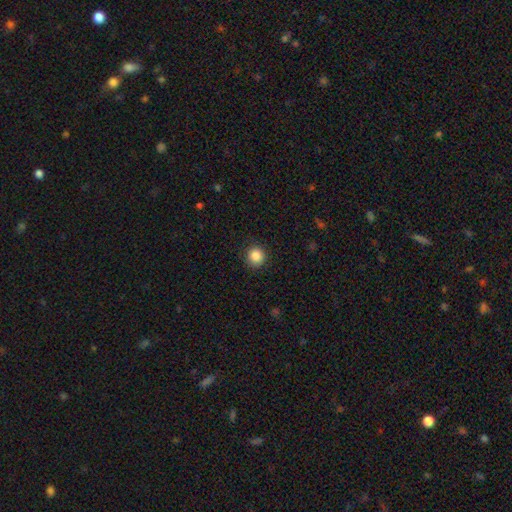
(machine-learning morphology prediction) type=smooth (86%); roundness=round (93%); merging=none (89%).